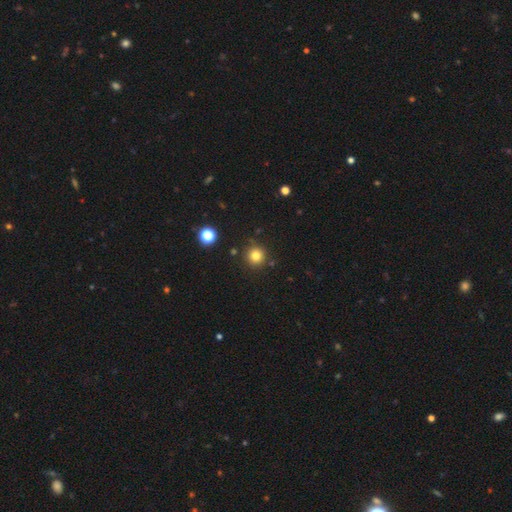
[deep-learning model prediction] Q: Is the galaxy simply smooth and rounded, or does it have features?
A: smooth — 80%.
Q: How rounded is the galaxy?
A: round — 95%.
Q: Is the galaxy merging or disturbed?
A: none — 87%.